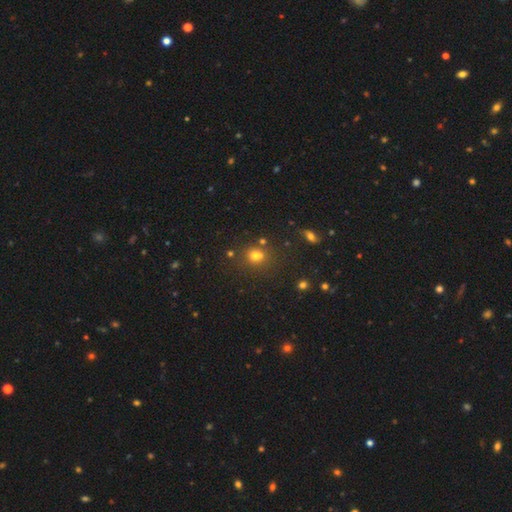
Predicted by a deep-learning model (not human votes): smooth 68%, star or artifact 21%, featured or disk 11%. Down the decision tree: how rounded — round (70%); merging — none (59%).